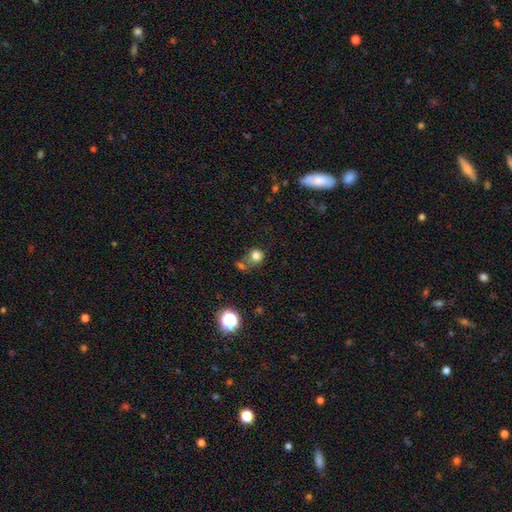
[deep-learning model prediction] This appears to be a smooth galaxy with no disk features (79%) that is round (83%). Merging: none (54%).